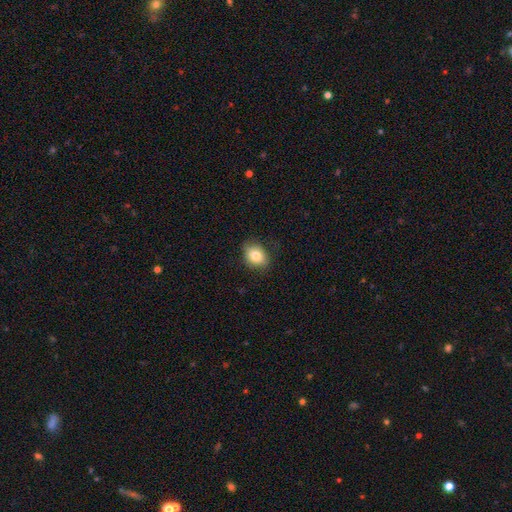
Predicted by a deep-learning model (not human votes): This appears to be a smooth galaxy with no disk features (80%) that is in between round and cigar-shaped (52%). Merging: none (78%).